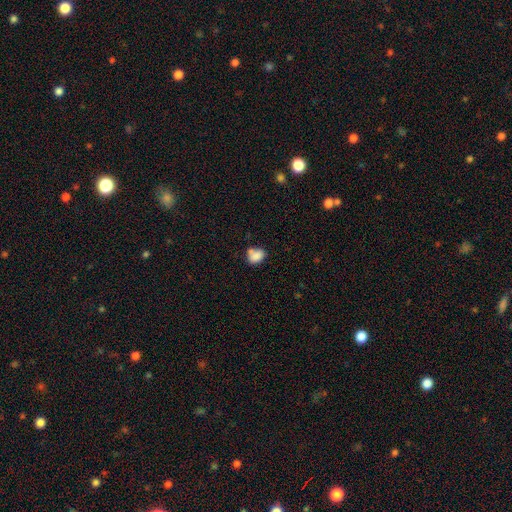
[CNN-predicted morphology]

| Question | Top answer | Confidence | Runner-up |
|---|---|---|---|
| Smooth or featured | smooth | 81% | star or artifact (10%) |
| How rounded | in between | 61% | round (38%) |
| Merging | none | 48% | merger (23%) |